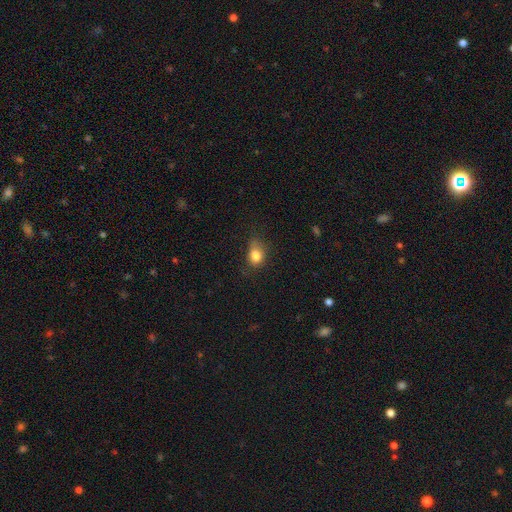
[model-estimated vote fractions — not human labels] Smooth or featured?
  - smooth: 82% *
  - star or artifact: 11%
  - featured or disk: 8%
How rounded?
  - in between: 58% *
  - round: 40%
  - cigar-shaped: 2%
Merging?
  - none: 50% *
  - minor disturbance: 33%
  - major disturbance: 14%
  - merger: 3%